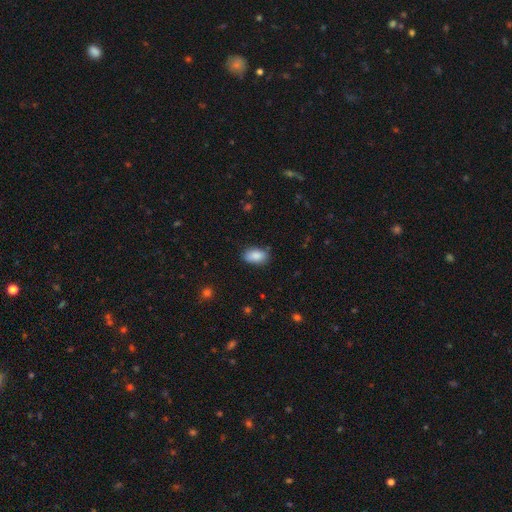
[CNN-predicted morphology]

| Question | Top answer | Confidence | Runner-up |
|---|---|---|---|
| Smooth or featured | smooth | 88% | star or artifact (7%) |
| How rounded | in between | 92% | round (6%) |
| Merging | none | 83% | minor disturbance (13%) |